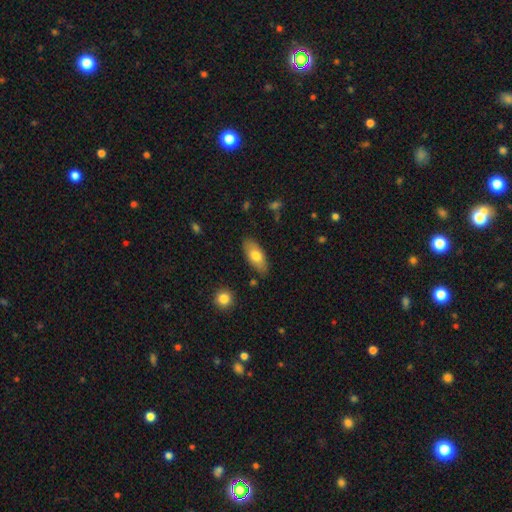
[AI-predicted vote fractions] smooth_or_featured: smooth (p=0.73) [alt: featured or disk p=0.21]
how_rounded: in between (p=0.86) [alt: cigar-shaped p=0.12]
merging: none (p=0.83) [alt: minor disturbance p=0.13]